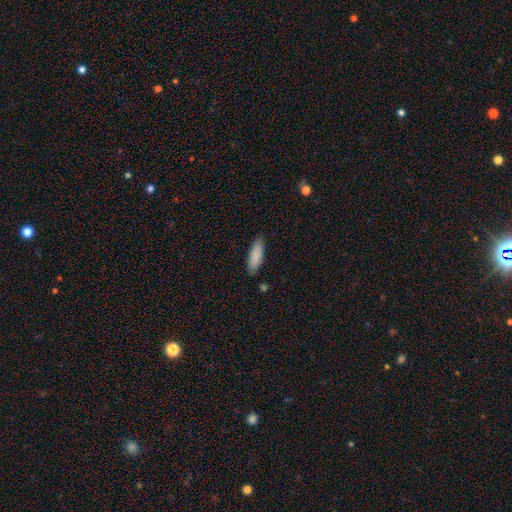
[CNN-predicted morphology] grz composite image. It shows a smooth galaxy with no disk features (87%) that is cigar-shaped (52%). Merging: none (85%).